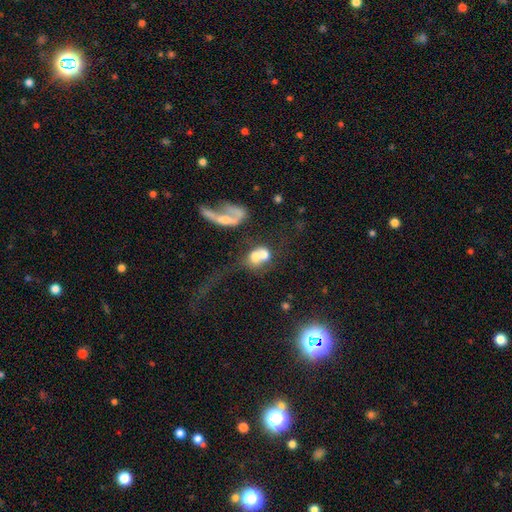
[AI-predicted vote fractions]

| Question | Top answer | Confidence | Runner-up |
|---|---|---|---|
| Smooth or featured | smooth | 58% | featured or disk (30%) |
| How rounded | round | 55% | in between (42%) |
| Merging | merger | 67% | none (15%) |